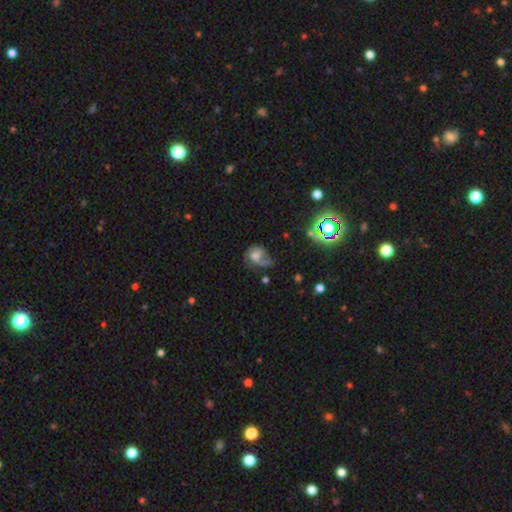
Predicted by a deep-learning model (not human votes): Smooth or featured? Predicted: featured or disk (p=0.57). Edge-on disk? Predicted: no (p=0.97). Bar? Predicted: no (p=0.62). Spiral arms? Predicted: yes (p=0.83). Bulge size? Predicted: moderate (p=0.43). Merging? Predicted: none (p=0.37).